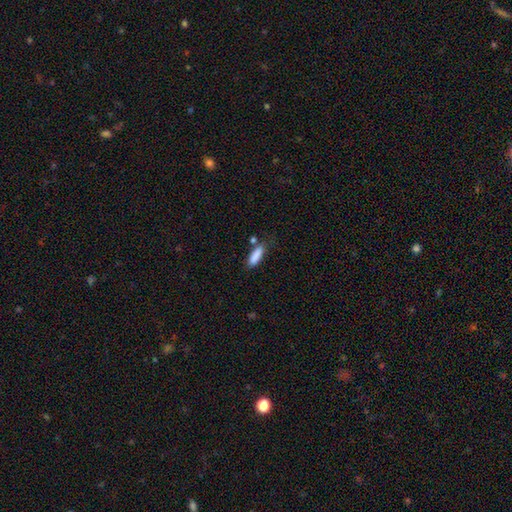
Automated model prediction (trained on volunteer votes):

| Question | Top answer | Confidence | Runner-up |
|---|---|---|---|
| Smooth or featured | smooth | 87% | star or artifact (7%) |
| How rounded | cigar-shaped | 52% | in between (46%) |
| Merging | none | 67% | minor disturbance (19%) |